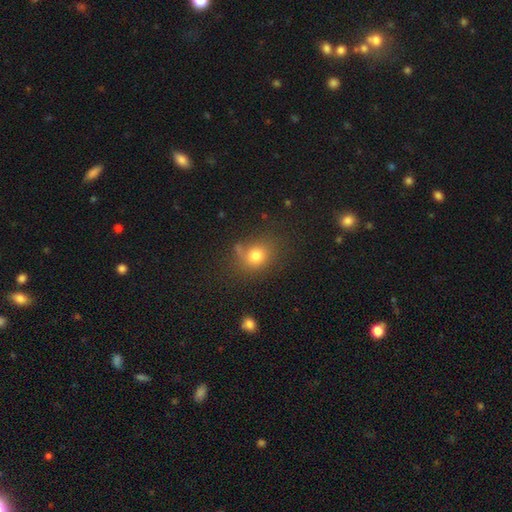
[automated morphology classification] Smooth or featured: smooth — 77% (star or artifact — 13%)
How rounded: round — 67% (in between — 32%)
Merging: none — 67% (minor disturbance — 18%)